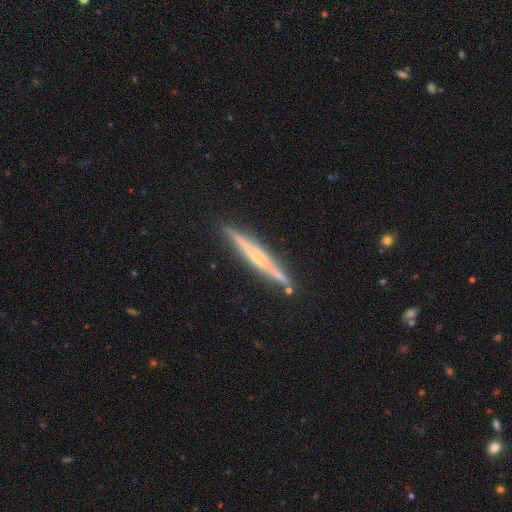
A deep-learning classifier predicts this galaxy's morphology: featured or disk 63%, smooth 31%, star or artifact 6%. Down the decision tree: edge-on disk — yes (97%); edge-on bulge — none (65%); merging — none (85%).